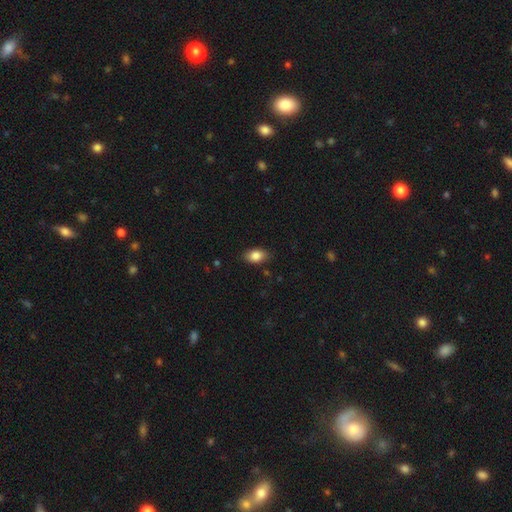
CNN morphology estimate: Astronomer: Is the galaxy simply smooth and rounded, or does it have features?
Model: smooth — 85%.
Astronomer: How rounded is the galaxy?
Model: in between — 87%.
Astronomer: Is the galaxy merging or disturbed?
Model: none — 84%.